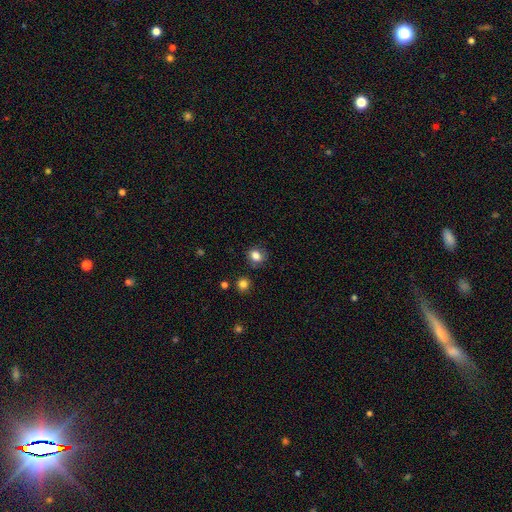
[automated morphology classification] A smooth galaxy with no disk features (82%) that is round (64%).

Vote fractions:
- Smooth or featured? smooth: 82% / star or artifact: 11% / featured or disk: 7%
- How rounded? round: 64% / in between: 35% / cigar-shaped: 1%
- Merging? none: 77% / minor disturbance: 16% / major disturbance: 4% / merger: 3%